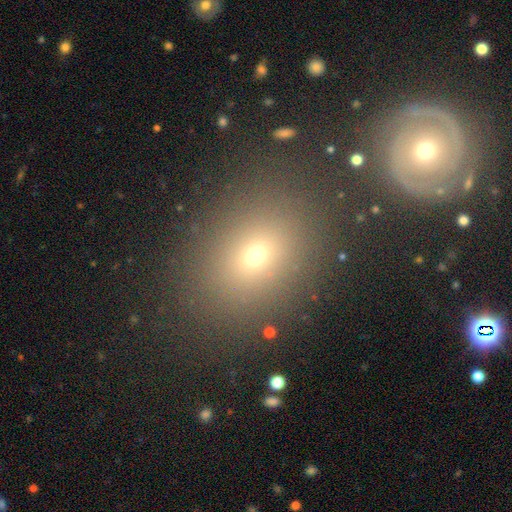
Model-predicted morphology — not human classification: This is likely a smooth galaxy (63%). How rounded: possibly in between (50%). Merging: clearly none (82%).